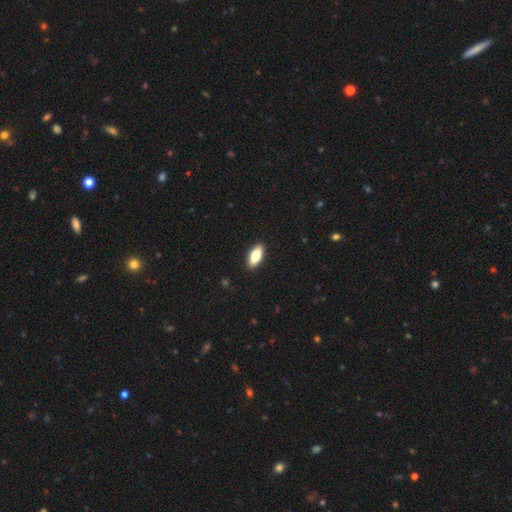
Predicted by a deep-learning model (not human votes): Smooth or featured? smooth (73%)
How rounded? in between (79%)
Merging? none (90%)